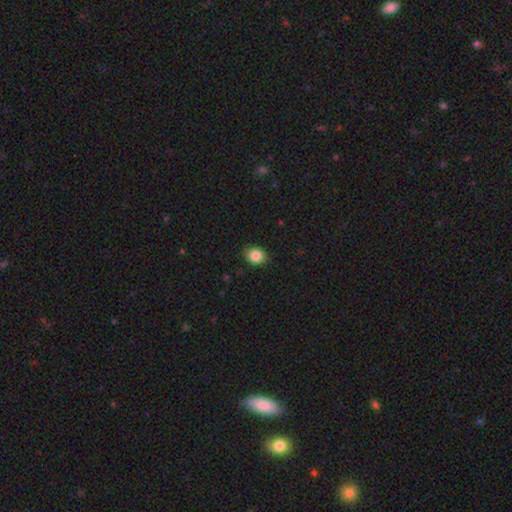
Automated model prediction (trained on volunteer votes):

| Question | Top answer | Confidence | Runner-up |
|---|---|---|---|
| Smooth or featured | smooth | 85% | star or artifact (9%) |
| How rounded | in between | 51% | round (48%) |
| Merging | none | 87% | minor disturbance (10%) |